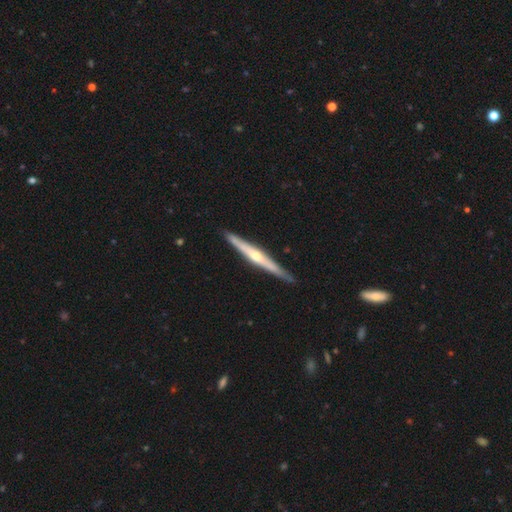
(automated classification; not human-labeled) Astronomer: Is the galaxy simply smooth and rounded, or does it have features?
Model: featured or disk — 75%.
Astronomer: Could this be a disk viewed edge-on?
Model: yes — 97%.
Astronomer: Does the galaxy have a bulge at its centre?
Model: rounded — 84%.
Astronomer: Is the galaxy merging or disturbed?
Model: none — 90%.